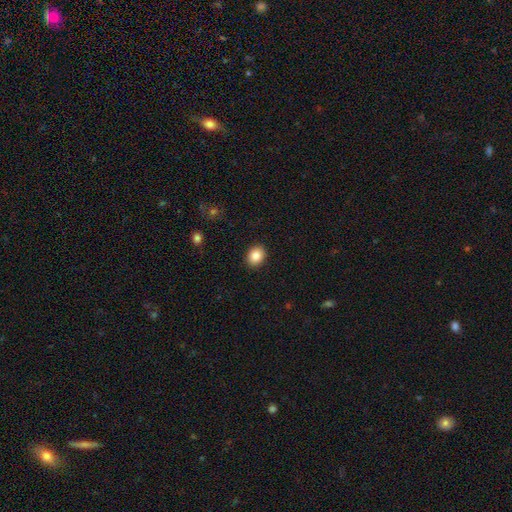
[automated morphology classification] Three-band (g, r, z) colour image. It shows a smooth galaxy with no disk features (85%) that is round (51%). Merging: none (91%).